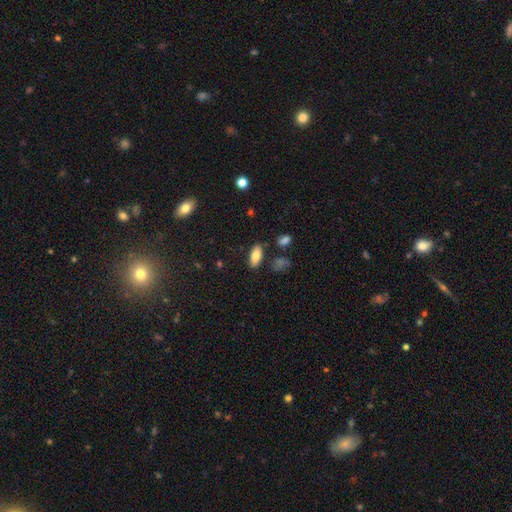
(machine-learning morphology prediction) smooth-or-featured: smooth: 79% | featured or disk: 14% | star or artifact: 7%
  how-rounded: in between: 87% | cigar-shaped: 11% | round: 3%
  merging: none: 82% | minor disturbance: 12% | merger: 3% | major disturbance: 3%